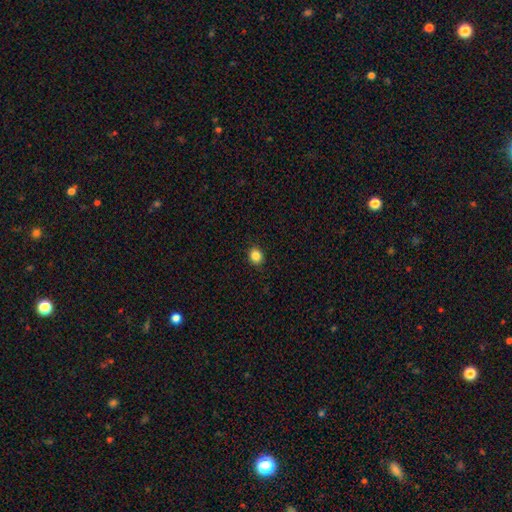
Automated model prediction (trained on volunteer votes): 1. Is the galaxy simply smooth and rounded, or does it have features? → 85% smooth, 11% star or artifact, 4% featured or disk.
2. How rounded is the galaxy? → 68% round, 31% in between, 1% cigar-shaped.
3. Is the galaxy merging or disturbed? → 90% none, 7% minor disturbance, 2% major disturbance, 1% merger.